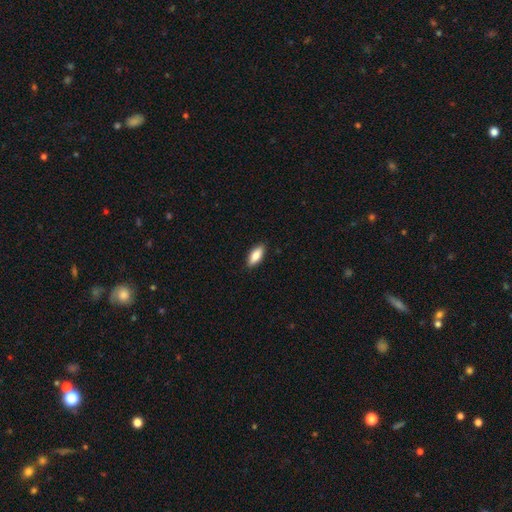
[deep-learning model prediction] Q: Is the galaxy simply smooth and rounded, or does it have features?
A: smooth — 83%.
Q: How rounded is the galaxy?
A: in between — 77%.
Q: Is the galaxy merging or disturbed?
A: none — 88%.